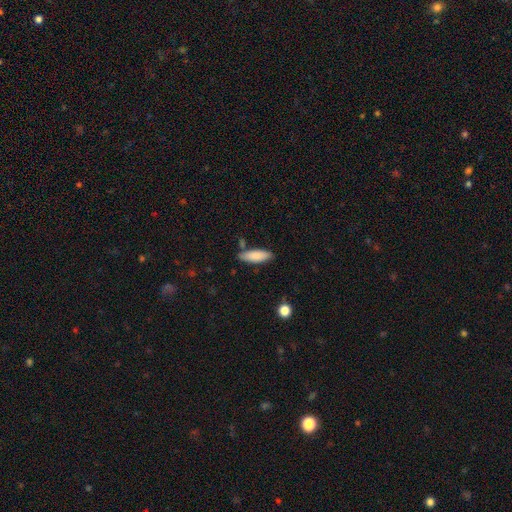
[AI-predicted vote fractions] smooth_or_featured: smooth (p=0.85) [alt: featured or disk p=0.09]
how_rounded: in between (p=0.59) [alt: cigar-shaped p=0.40]
merging: none (p=0.76) [alt: minor disturbance p=0.15]